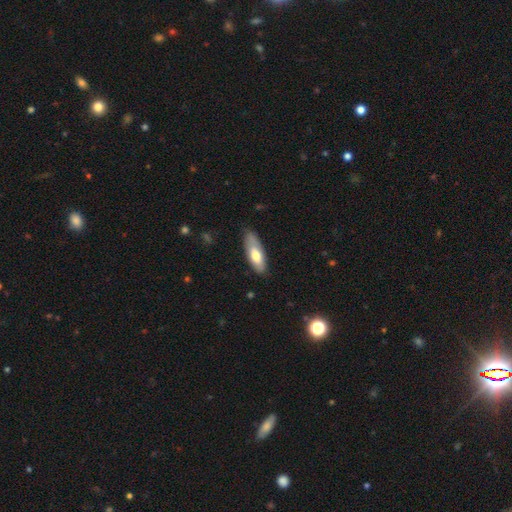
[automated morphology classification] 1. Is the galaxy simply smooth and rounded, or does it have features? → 68% smooth, 26% featured or disk, 6% star or artifact.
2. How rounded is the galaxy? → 64% in between, 34% cigar-shaped, 2% round.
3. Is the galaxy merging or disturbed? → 74% none, 21% minor disturbance, 4% major disturbance, 1% merger.